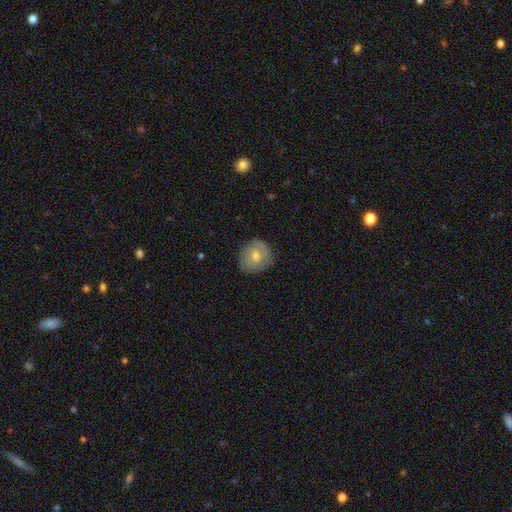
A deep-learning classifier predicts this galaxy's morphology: smooth-or-featured: smooth: 50% | featured or disk: 41% | star or artifact: 10%
  merging: none: 79% | minor disturbance: 17% | major disturbance: 4% | merger: 1%